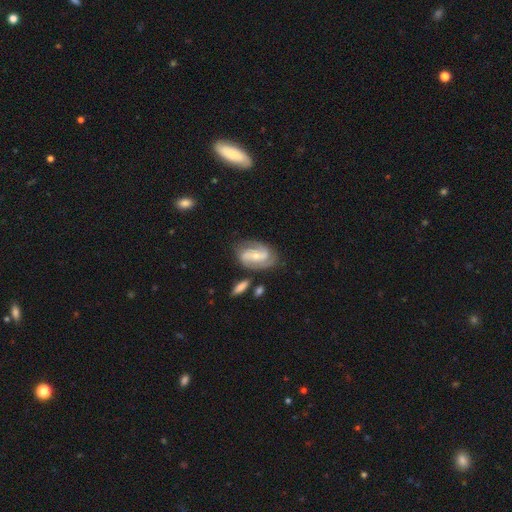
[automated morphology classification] type=featured or disk (76%); edge-on=no (95%); bar=no (39%); spiral arms=yes (92%); winding=medium (43%); arm count=2 (76%); bulge=small (60%); merging=none (70%).